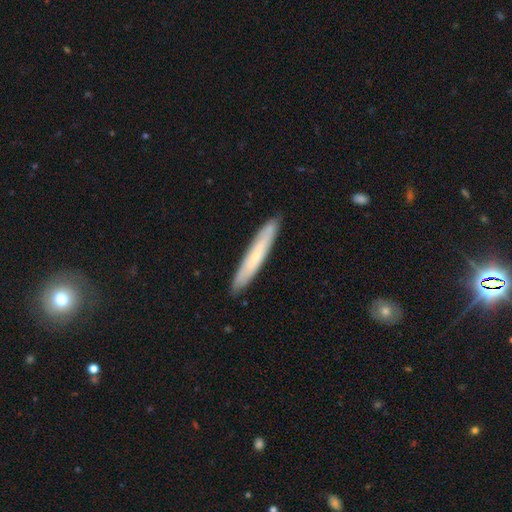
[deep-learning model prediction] The model was most divided on "smooth or featured": smooth: 56%, featured or disk: 38%, star or artifact: 6%. More confident: how rounded — cigar-shaped (94%); merging — none (90%).